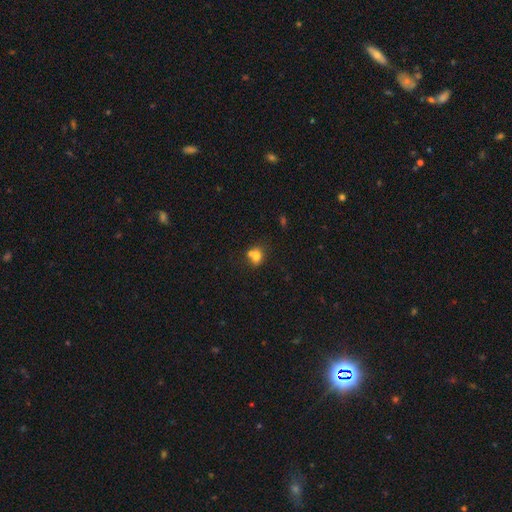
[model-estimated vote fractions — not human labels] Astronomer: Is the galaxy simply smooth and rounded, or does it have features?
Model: smooth — 74%.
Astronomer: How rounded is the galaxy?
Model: round — 61% (runner-up: in between, 38%).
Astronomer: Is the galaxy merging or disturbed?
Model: merger — 45% (runner-up: none, 38%).